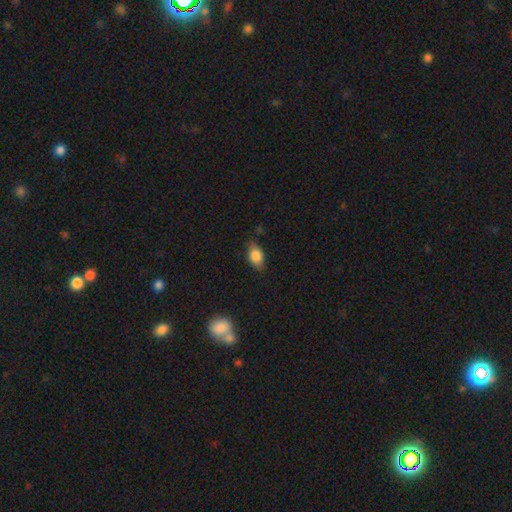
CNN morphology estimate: This is clearly a smooth galaxy (82%). How rounded: clearly in between (85%). Merging: likely none (73%).